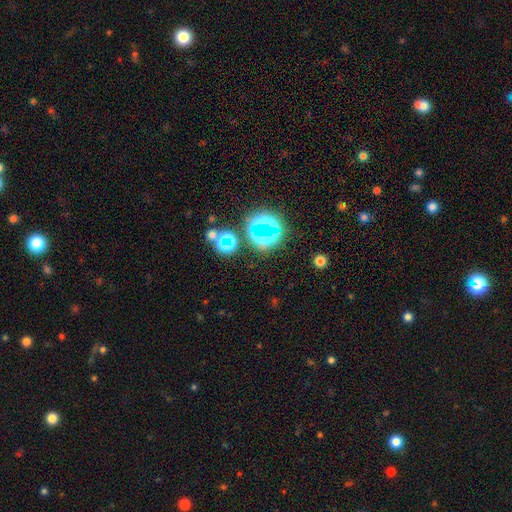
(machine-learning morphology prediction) This appears to be a star or artifact, not a galaxy (69%).